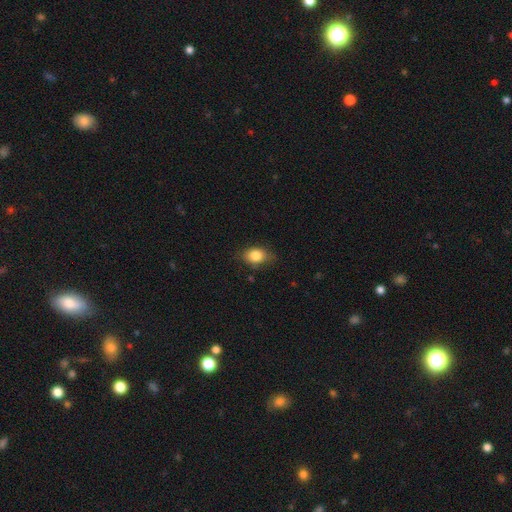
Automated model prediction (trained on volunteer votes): Morphology: type=smooth (83%); roundness=in between (73%); merging=none (70%).